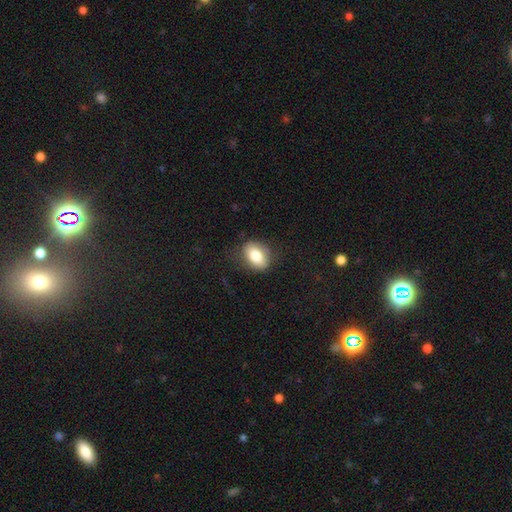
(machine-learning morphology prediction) smooth_or_featured: smooth (p=0.80) [alt: featured or disk p=0.12]
how_rounded: in between (p=0.81) [alt: round p=0.17]
merging: none (p=0.76) [alt: minor disturbance p=0.17]